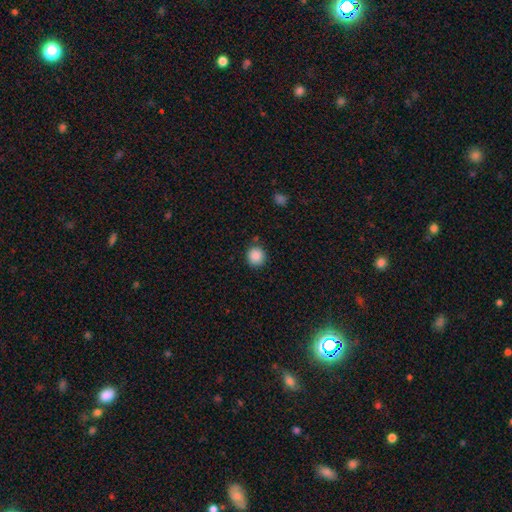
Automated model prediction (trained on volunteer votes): Smooth or featured: smooth — 88% (star or artifact — 9%)
How rounded: round — 92% (in between — 7%)
Merging: none — 87% (minor disturbance — 8%)